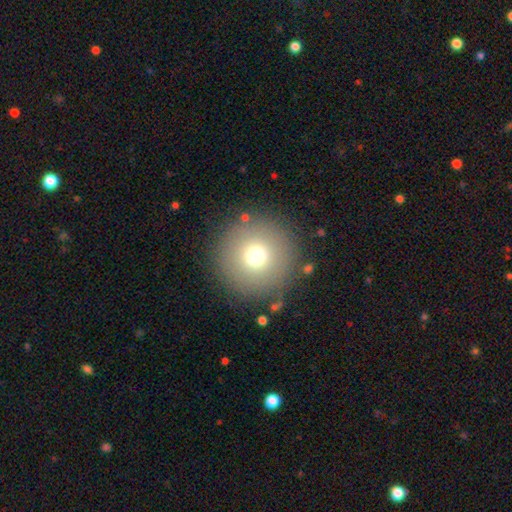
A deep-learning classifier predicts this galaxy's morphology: The model was most divided on "smooth or featured": smooth: 73%, featured or disk: 14%, star or artifact: 13%. More confident: how rounded — round (97%); merging — none (88%).